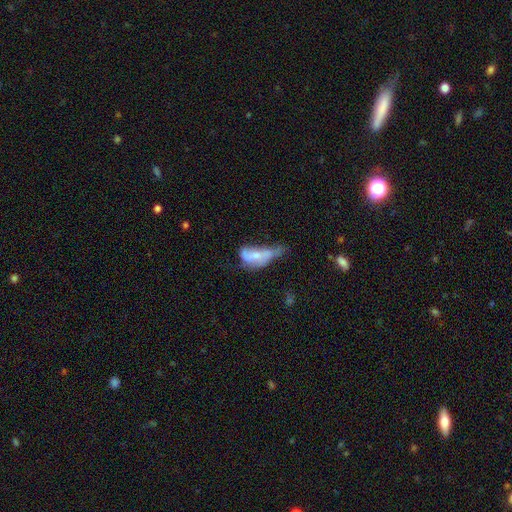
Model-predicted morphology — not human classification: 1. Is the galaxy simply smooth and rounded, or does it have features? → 48% smooth, 43% featured or disk, 9% star or artifact.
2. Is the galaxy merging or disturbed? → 41% major disturbance, 26% minor disturbance, 17% merger, 16% none.